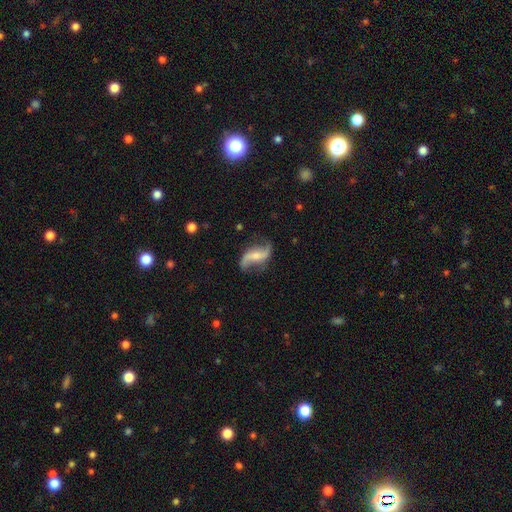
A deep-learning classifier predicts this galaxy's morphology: A featured or disk galaxy (86%) with a weak bar (37%), 2 (93%) loose (85%) spiral arms (95%) and a small central bulge (48%). Merging: none (77%).